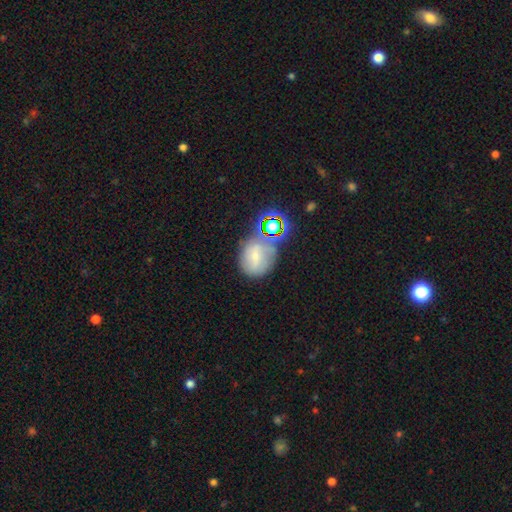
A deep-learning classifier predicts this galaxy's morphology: This appears to be a smooth galaxy with no disk features (52%) that is round (65%). Merging: none (52%).